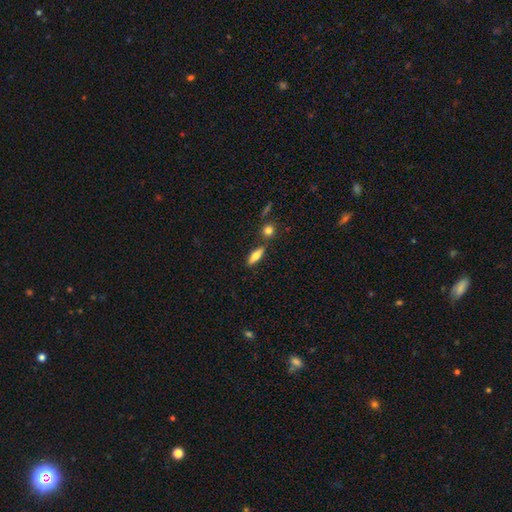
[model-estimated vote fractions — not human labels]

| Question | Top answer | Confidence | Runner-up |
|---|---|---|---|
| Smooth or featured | smooth | 64% | featured or disk (29%) |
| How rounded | in between | 55% | cigar-shaped (42%) |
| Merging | none | 77% | minor disturbance (11%) |